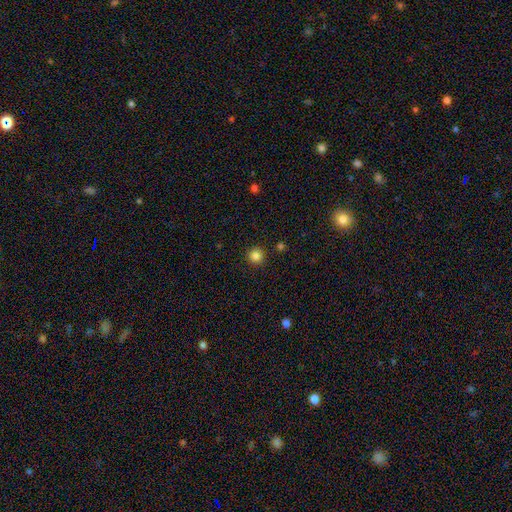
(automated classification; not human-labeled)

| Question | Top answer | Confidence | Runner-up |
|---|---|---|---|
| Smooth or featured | smooth | 84% | star or artifact (12%) |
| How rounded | round | 95% | in between (4%) |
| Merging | none | 92% | minor disturbance (5%) |